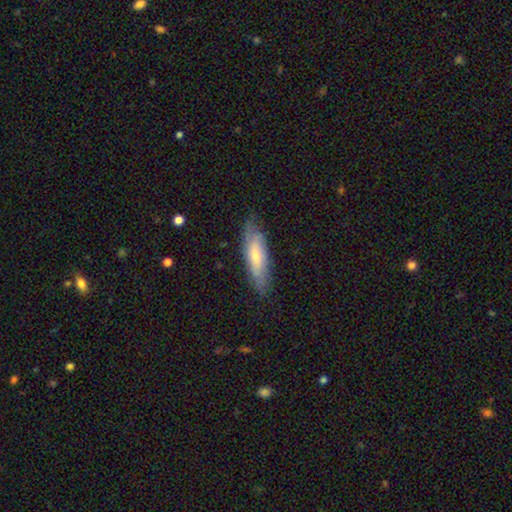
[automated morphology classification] A smooth galaxy with no disk features (50%) that is cigar-shaped (57%).

Vote fractions:
- Smooth or featured? smooth: 50% / featured or disk: 43% / star or artifact: 6%
- How rounded? cigar-shaped: 57% / in between: 41% / round: 2%
- Merging? none: 76% / minor disturbance: 19% / major disturbance: 4% / merger: 1%